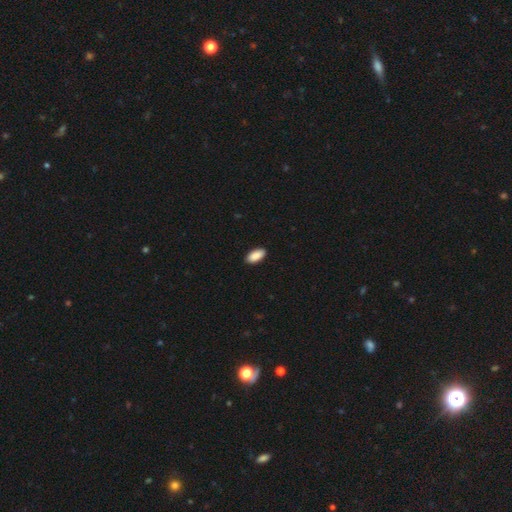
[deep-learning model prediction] Smooth or featured: smooth — 91% (star or artifact — 6%)
How rounded: in between — 92% (cigar-shaped — 6%)
Merging: none — 90% (minor disturbance — 7%)